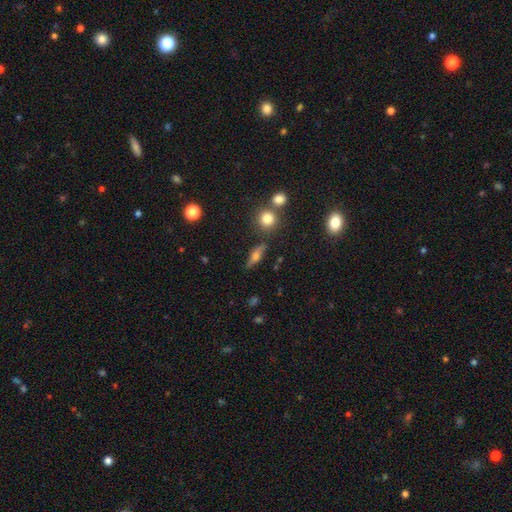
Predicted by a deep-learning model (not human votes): smooth 55%, featured or disk 34%, star or artifact 11%. Down the decision tree: how rounded — in between (50%); merging — none (77%).